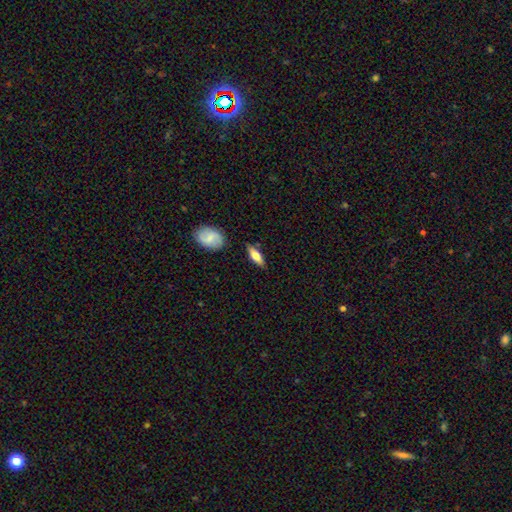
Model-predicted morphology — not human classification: Overall: smooth (59%; featured or disk 35%). How rounded: in between (61%; cigar-shaped 36%). Merging: none (82%).